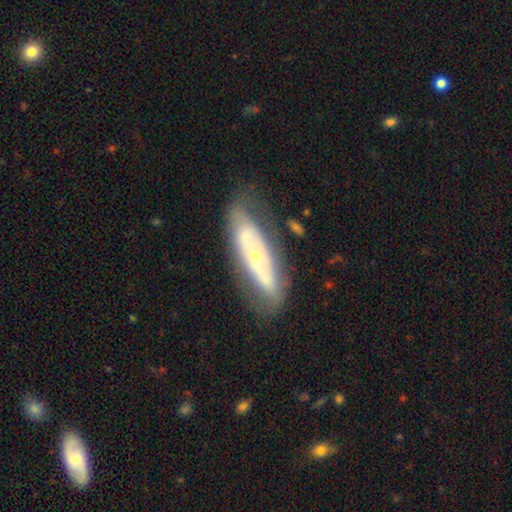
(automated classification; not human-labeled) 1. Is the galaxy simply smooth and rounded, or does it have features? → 61% featured or disk, 32% smooth, 7% star or artifact.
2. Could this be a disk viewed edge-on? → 72% no, 28% yes.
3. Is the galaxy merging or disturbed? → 69% none, 20% minor disturbance, 8% major disturbance, 3% merger.